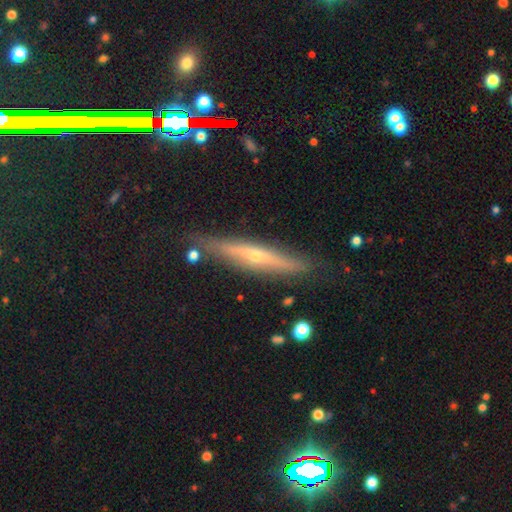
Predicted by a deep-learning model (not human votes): Smooth or featured? Predicted: featured or disk (p=0.68). Edge-on disk? Predicted: yes (p=0.92). Edge-on bulge? Predicted: rounded (p=0.76). Merging? Predicted: none (p=0.81).